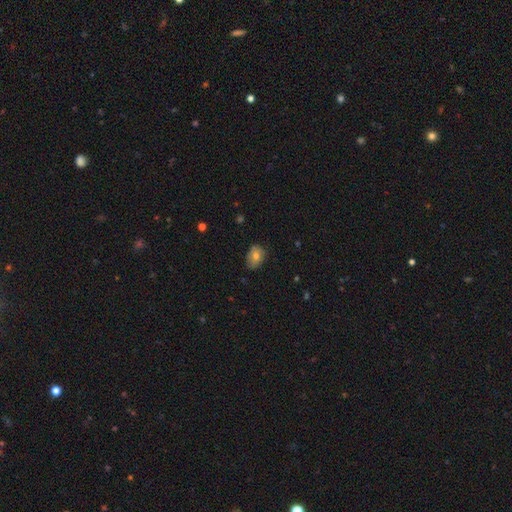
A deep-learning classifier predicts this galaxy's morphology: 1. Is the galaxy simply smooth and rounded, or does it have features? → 68% smooth, 23% featured or disk, 9% star or artifact.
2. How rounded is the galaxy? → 72% in between, 26% round, 1% cigar-shaped.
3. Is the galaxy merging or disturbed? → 65% none, 29% minor disturbance, 5% major disturbance, 1% merger.